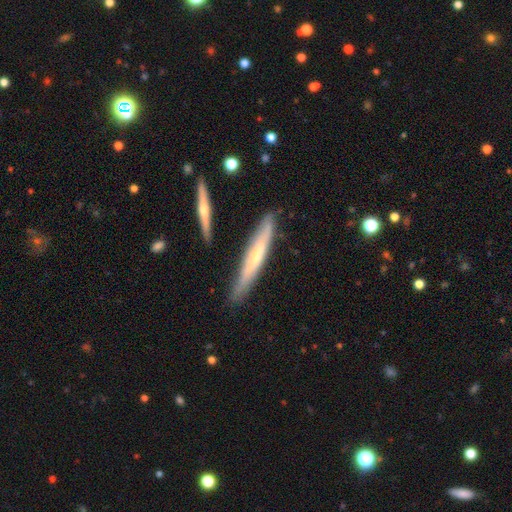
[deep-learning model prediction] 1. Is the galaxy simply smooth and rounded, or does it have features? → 50% featured or disk, 44% smooth, 6% star or artifact.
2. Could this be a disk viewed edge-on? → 90% yes, 10% no.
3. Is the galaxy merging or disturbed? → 81% none, 14% minor disturbance, 3% merger, 2% major disturbance.